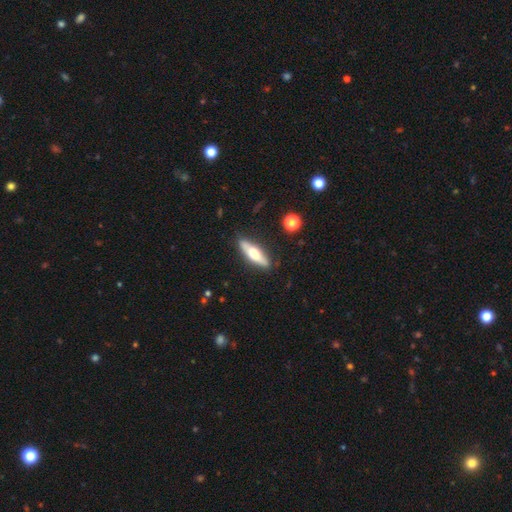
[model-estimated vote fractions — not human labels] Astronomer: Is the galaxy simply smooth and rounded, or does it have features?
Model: smooth — 50% (runner-up: featured or disk, 44%).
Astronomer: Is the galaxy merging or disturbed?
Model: none — 85%.